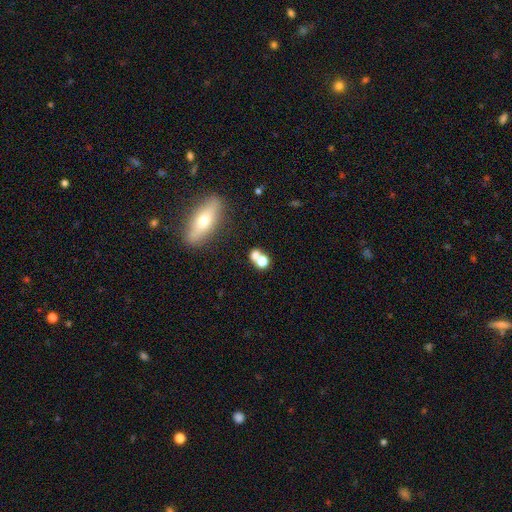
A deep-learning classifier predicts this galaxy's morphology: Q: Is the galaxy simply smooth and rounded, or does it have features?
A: smooth — 68%.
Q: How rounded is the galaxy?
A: round — 66%.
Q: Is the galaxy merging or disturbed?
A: none — 45%.